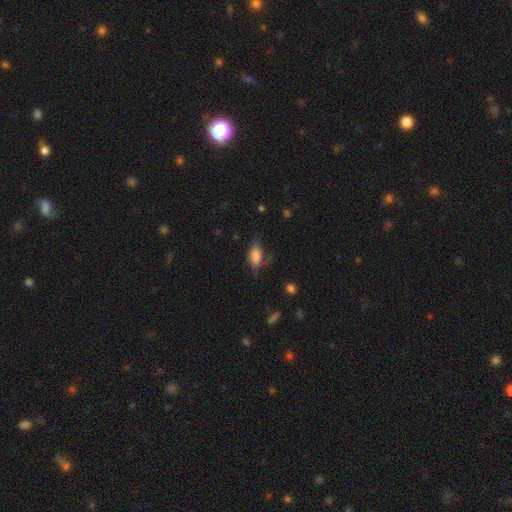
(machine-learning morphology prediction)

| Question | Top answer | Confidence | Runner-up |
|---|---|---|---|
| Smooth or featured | smooth | 74% | featured or disk (17%) |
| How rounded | in between | 84% | cigar-shaped (11%) |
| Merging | none | 58% | minor disturbance (28%) |